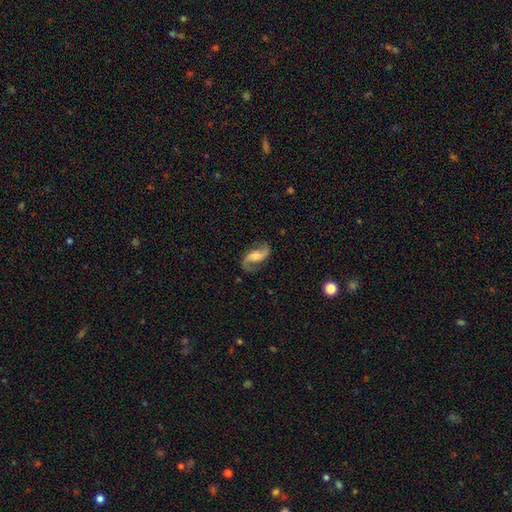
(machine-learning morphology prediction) The model was most divided on "bulge size": moderate: 43%, small: 38%, none: 11%, large: 7%, dominant: 2%. Remaining: edge-on disk — no (97%); spiral arms — yes (97%); spiral arm count — 2 (93%); smooth or featured — featured or disk (87%); merging — none (79%); spiral winding — loose (67%); bar — weak (42%).